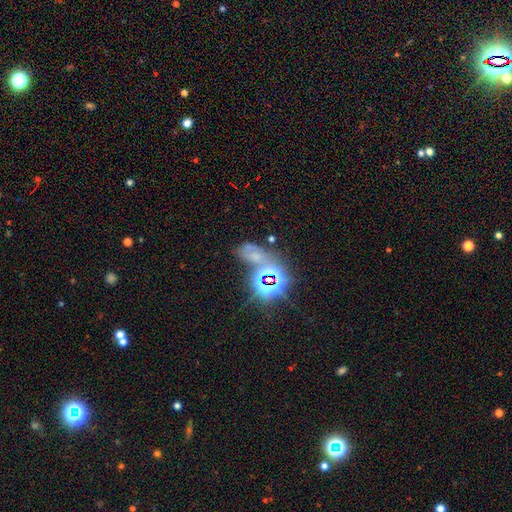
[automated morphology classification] Smooth or featured?
  - star or artifact: 54% *
  - smooth: 24%
  - featured or disk: 22%